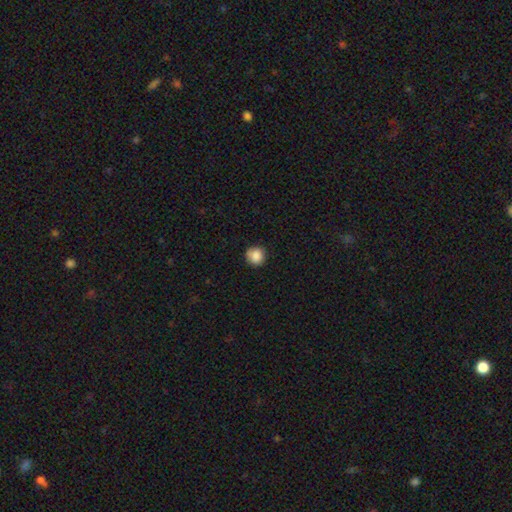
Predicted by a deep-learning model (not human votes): Smooth or featured? smooth (87%)
How rounded? round (92%)
Merging? none (84%)